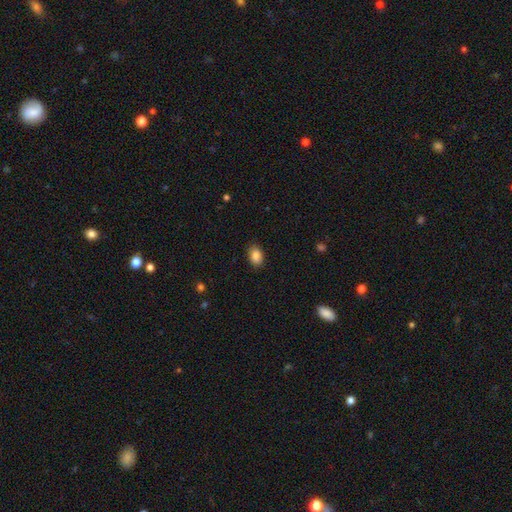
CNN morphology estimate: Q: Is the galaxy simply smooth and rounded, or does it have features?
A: smooth — 87%.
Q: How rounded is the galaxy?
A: in between — 78%.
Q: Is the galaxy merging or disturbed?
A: none — 86%.